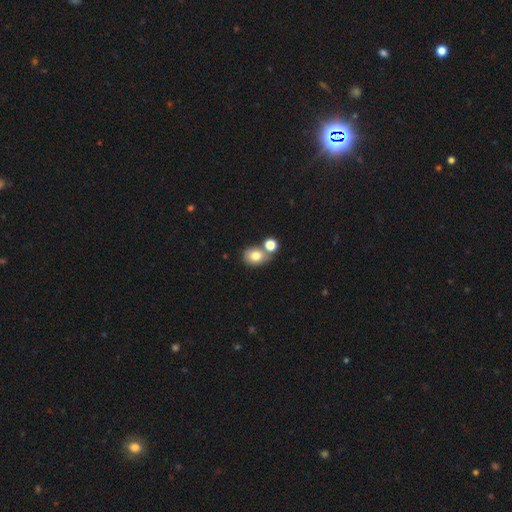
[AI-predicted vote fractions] Morphology: type=smooth (79%); roundness=round (53%); merging=none (51%).